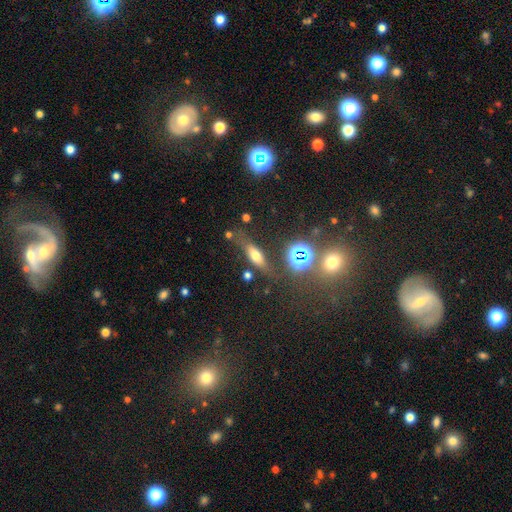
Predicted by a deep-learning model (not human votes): This appears to be a smooth galaxy with no disk features (55%) that is in between round and cigar-shaped (52%). Merging: none (68%).